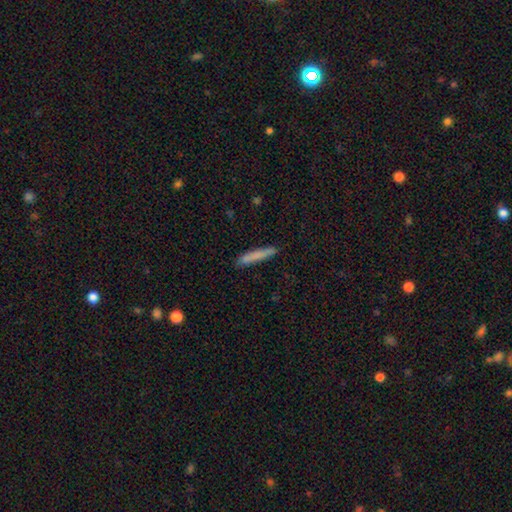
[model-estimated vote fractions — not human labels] This appears to be a smooth galaxy with no disk features (78%) that is cigar-shaped (94%). Merging: none (85%).